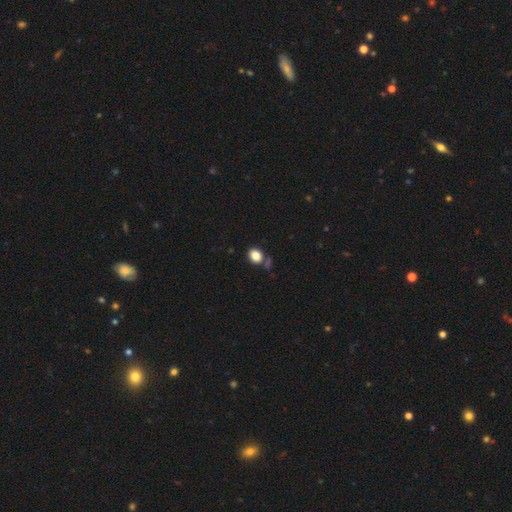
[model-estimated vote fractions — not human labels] The model was most divided on "how rounded": in between: 52%, round: 47%, cigar-shaped: 1%. More confident: smooth or featured — smooth (84%); merging — none (70%).